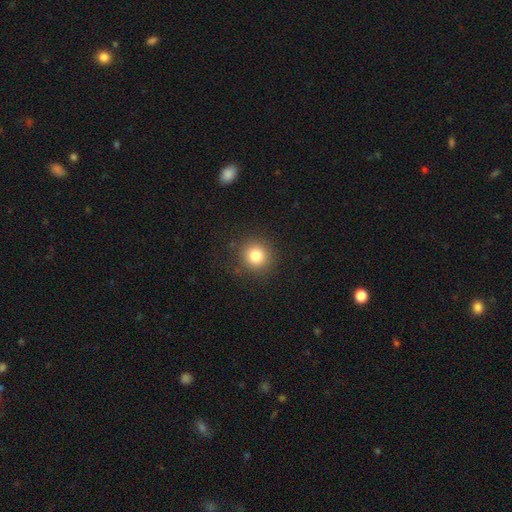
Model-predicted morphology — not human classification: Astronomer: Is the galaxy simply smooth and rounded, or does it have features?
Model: smooth — 81%.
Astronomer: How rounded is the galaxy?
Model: round — 92%.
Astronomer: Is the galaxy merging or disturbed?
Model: none — 89%.